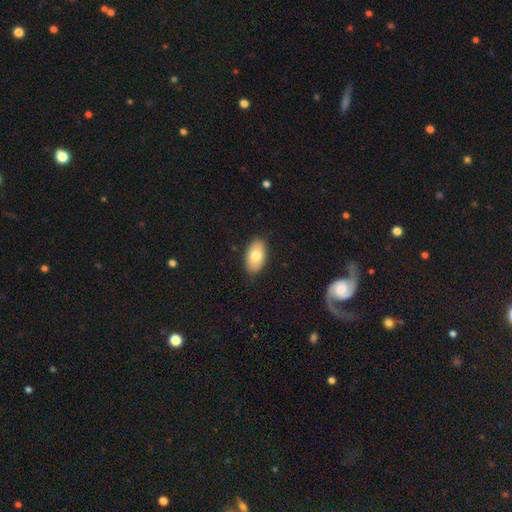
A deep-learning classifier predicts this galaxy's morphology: smooth-or-featured: smooth: 77% | featured or disk: 17% | star or artifact: 7%
  how-rounded: in between: 94% | round: 4% | cigar-shaped: 2%
  merging: none: 87% | minor disturbance: 10% | major disturbance: 2% | merger: 1%